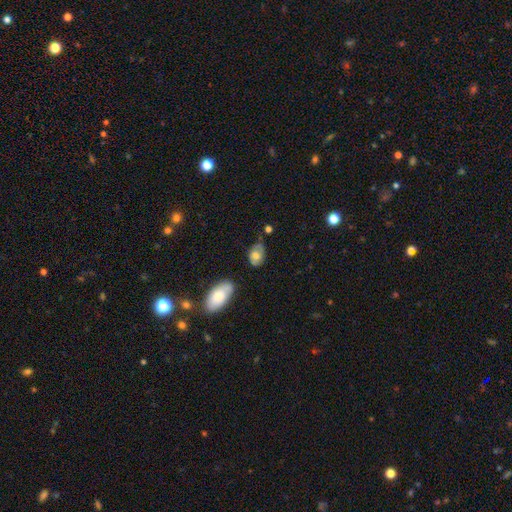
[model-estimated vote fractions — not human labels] A smooth galaxy with no disk features (62%) that is in between round and cigar-shaped (82%). Merging: none (54%).